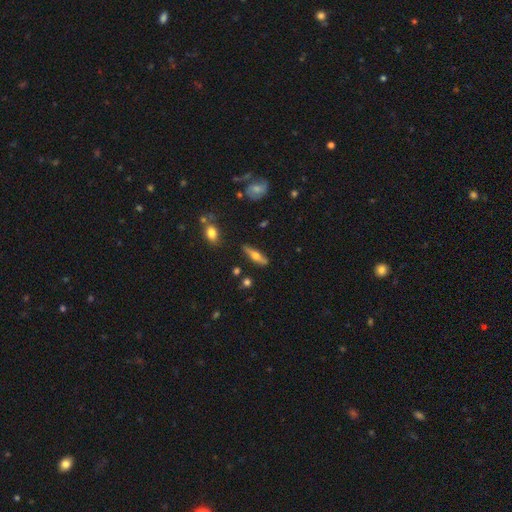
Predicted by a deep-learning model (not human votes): This appears to be a featured or disk galaxy (52%) viewed edge-on (91%). Merging: none (82%).